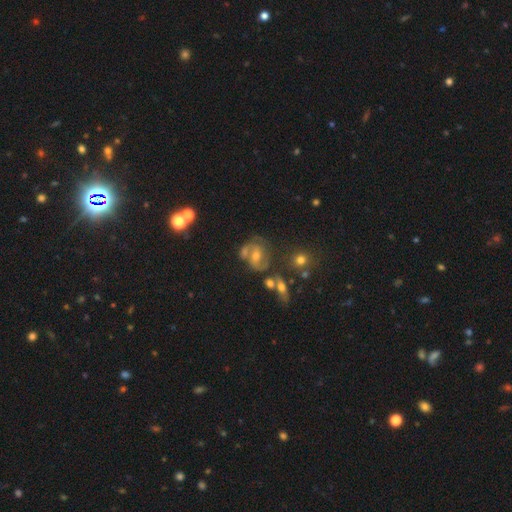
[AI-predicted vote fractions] smooth_or_featured: featured or disk (p=0.64) [alt: smooth p=0.21]
disk_edge_on: no (p=0.95) [alt: yes p=0.05]
bar: weak (p=0.44) [alt: no p=0.35]
has_spiral_arms: yes (p=0.76) [alt: no p=0.24]
bulge_size: moderate (p=0.57) [alt: small p=0.34]
merging: none (p=0.52) [alt: merger p=0.19]